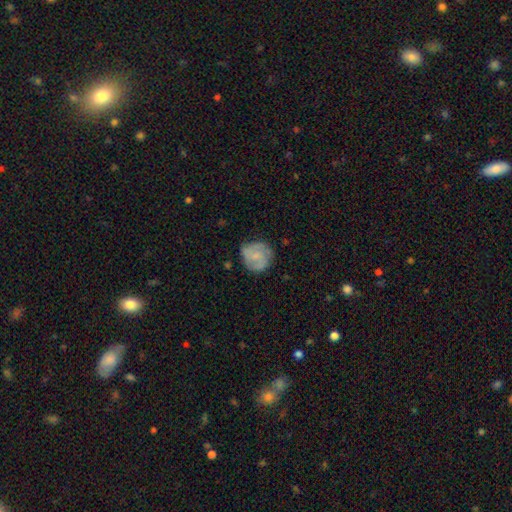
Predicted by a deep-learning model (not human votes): A featured or disk galaxy (49%).

Vote fractions:
- Smooth or featured? featured or disk: 49% / smooth: 44% / star or artifact: 7%
- Merging? none: 71% / minor disturbance: 21% / major disturbance: 6% / merger: 1%